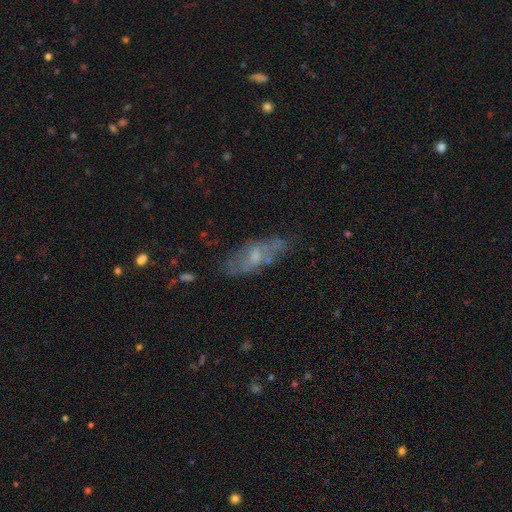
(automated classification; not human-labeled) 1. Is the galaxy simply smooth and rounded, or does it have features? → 46% featured or disk, 45% smooth, 9% star or artifact.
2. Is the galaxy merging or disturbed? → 64% none, 23% minor disturbance, 9% major disturbance, 4% merger.